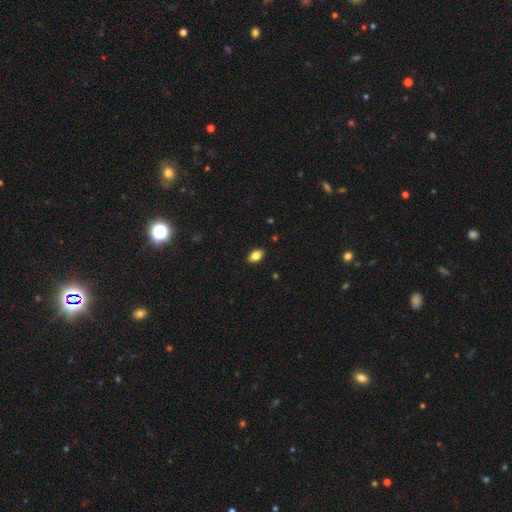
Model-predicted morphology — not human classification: Smooth or featured? Predicted: smooth (p=0.82). How rounded? Predicted: in between (p=0.89). Merging? Predicted: none (p=0.88).